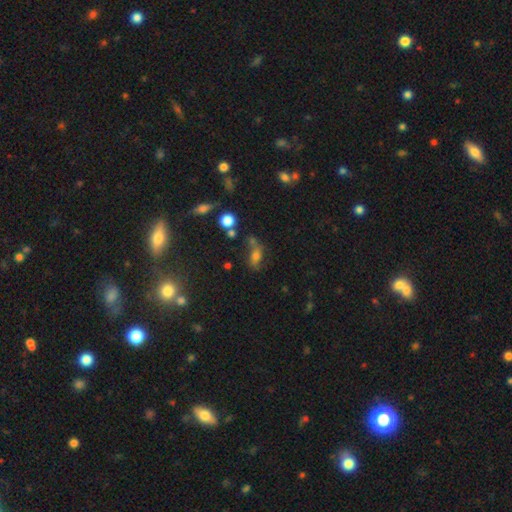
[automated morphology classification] The model was most divided on "merging": none: 46%, minor disturbance: 22%, merger: 18%, major disturbance: 14%. More confident: how rounded — in between (70%); smooth or featured — smooth (55%).